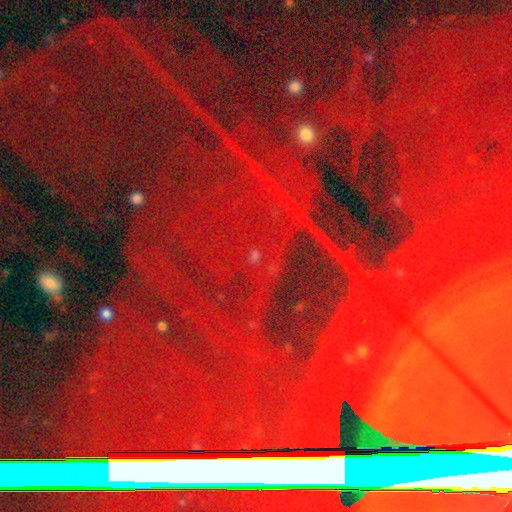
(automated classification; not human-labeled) Morphology: type=star or artifact (85%).